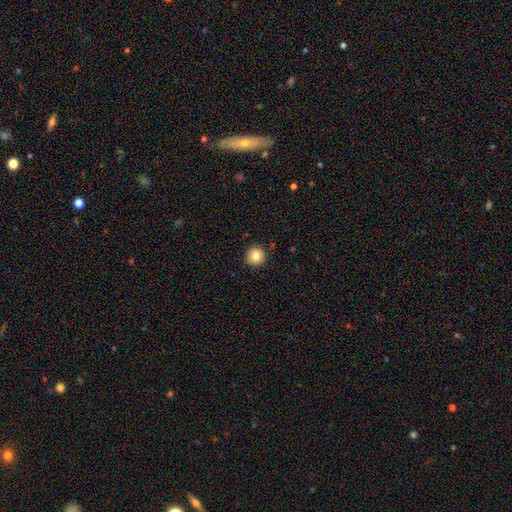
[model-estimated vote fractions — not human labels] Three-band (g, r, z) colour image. It shows a smooth galaxy with no disk features (83%) that is round (95%). Merging: none (91%).